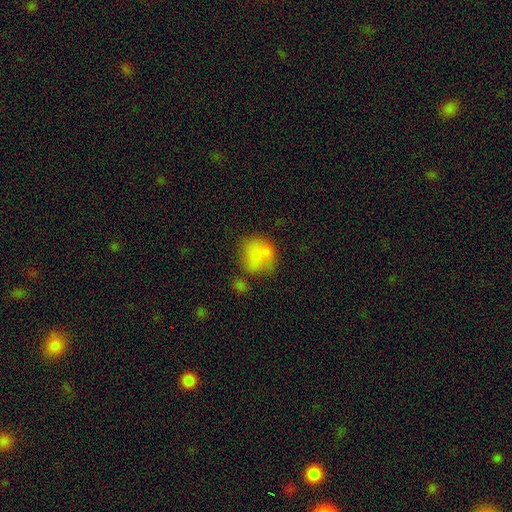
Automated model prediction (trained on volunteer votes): smooth-or-featured: smooth: 75% | featured or disk: 14% | star or artifact: 11%
  how-rounded: round: 73% | in between: 25% | cigar-shaped: 1%
  merging: none: 47% | merger: 22% | minor disturbance: 20% | major disturbance: 11%